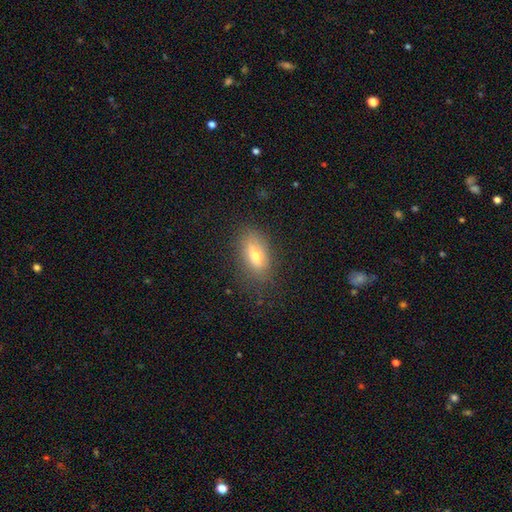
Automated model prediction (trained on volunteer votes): Smooth or featured? smooth (63%)
How rounded? in between (81%)
Merging? none (78%)